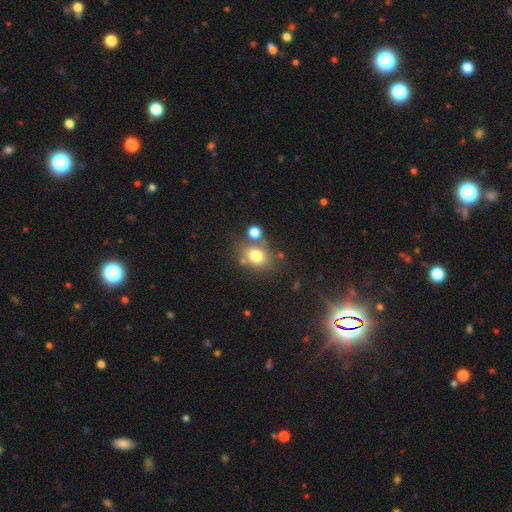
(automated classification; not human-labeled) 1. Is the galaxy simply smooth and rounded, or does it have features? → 77% smooth, 12% star or artifact, 12% featured or disk.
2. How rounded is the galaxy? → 56% in between, 42% round, 1% cigar-shaped.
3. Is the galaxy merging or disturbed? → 64% none, 17% merger, 14% minor disturbance, 6% major disturbance.